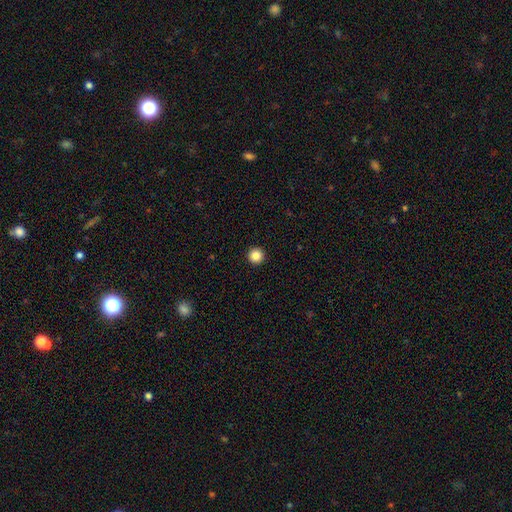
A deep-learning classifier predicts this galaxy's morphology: type=smooth (86%); roundness=round (97%); merging=none (94%).